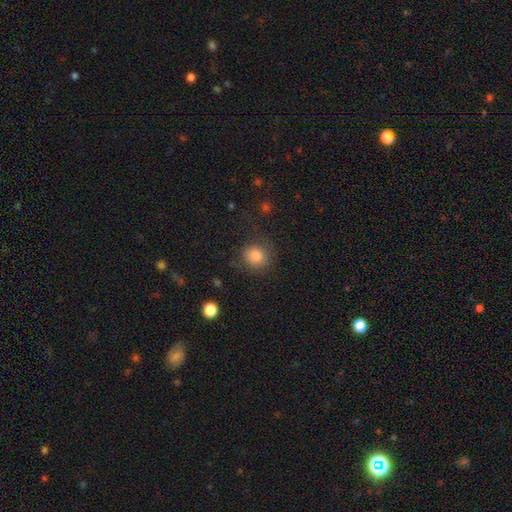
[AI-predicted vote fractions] The model was most divided on "merging": none: 76%, minor disturbance: 15%, major disturbance: 8%, merger: 2%. More confident: how rounded — round (84%); smooth or featured — smooth (81%).